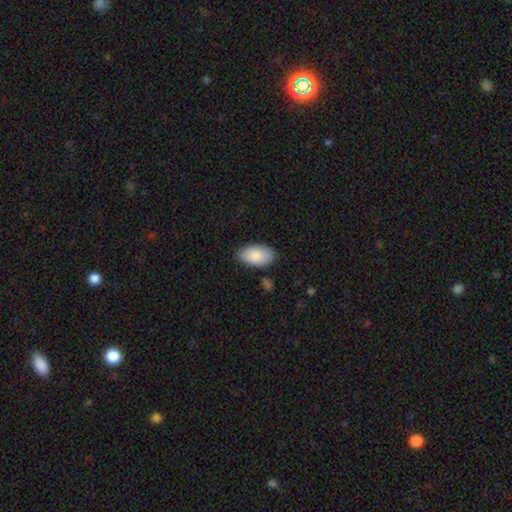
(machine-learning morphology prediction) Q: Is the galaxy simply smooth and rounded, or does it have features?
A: smooth — 87%.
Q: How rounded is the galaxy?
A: in between — 95%.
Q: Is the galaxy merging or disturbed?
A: none — 82%.